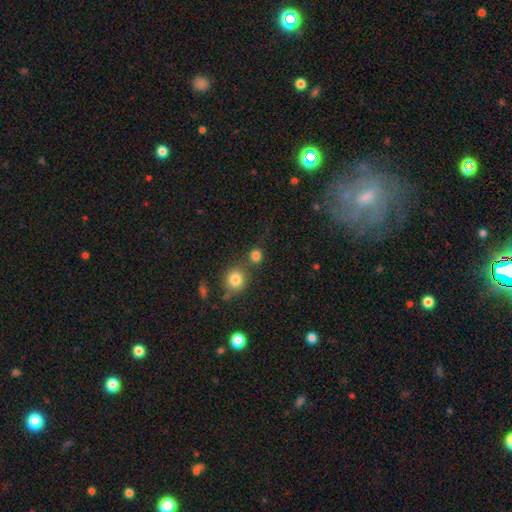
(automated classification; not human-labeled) This is clearly a smooth galaxy (81%). How rounded: clearly round (84%). Merging: likely none (66%).